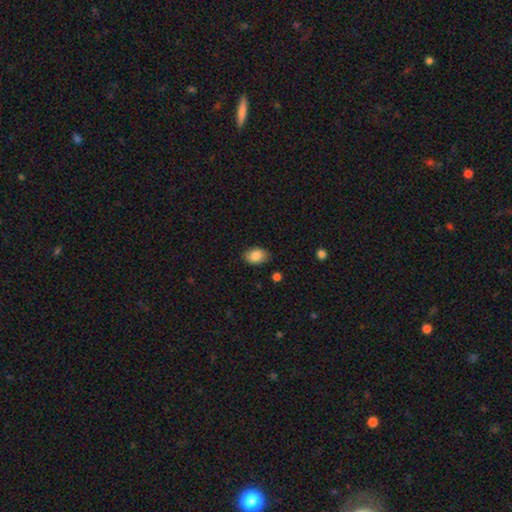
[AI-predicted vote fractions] A smooth galaxy with no disk features (86%) that is in between round and cigar-shaped (82%).

Vote fractions:
- Smooth or featured? smooth: 86% / star or artifact: 8% / featured or disk: 6%
- How rounded? in between: 82% / round: 17% / cigar-shaped: 1%
- Merging? none: 84% / minor disturbance: 12% / major disturbance: 2% / merger: 1%